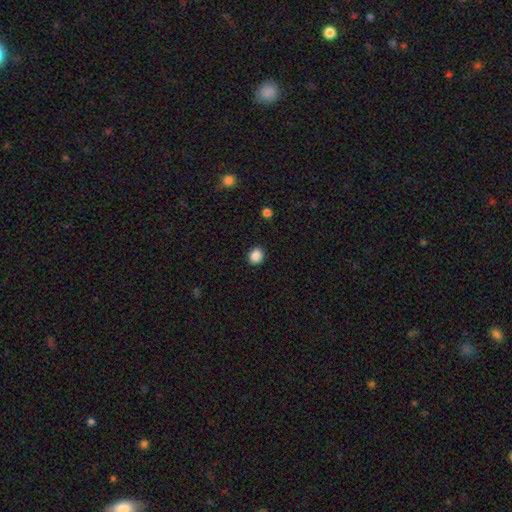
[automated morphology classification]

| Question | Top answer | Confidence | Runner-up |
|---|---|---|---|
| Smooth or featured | smooth | 88% | star or artifact (9%) |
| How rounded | round | 75% | in between (25%) |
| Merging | none | 91% | minor disturbance (6%) |